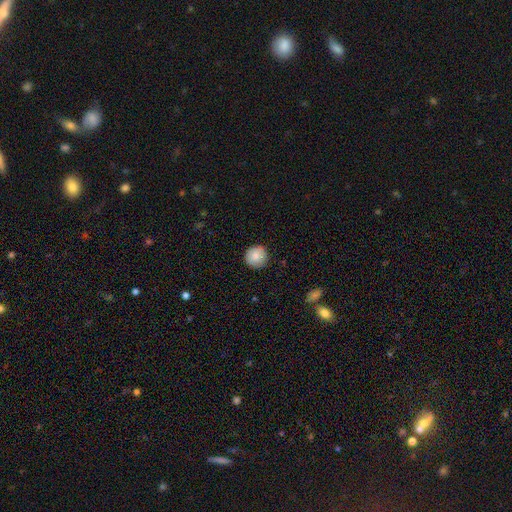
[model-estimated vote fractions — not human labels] This is clearly a smooth galaxy (84%). How rounded: clearly round (95%). Merging: clearly none (89%).